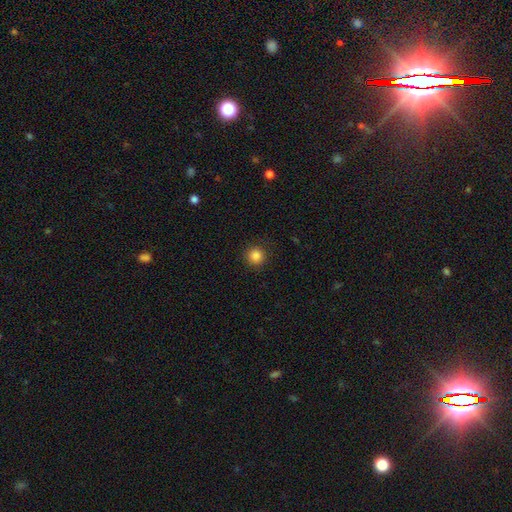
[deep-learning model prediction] smooth-or-featured: smooth: 85% | star or artifact: 11% | featured or disk: 4%
  how-rounded: round: 95% | in between: 4% | cigar-shaped: 1%
  merging: none: 91% | minor disturbance: 6% | major disturbance: 2% | merger: 1%